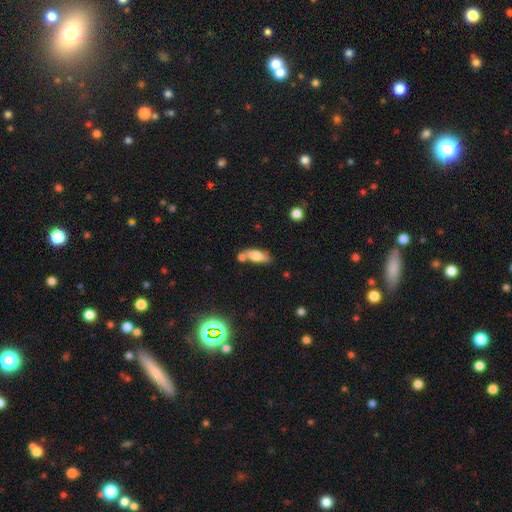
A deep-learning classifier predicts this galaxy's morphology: Smooth or featured? Predicted: smooth (p=0.74). How rounded? Predicted: in between (p=0.66). Merging? Predicted: none (p=0.50).